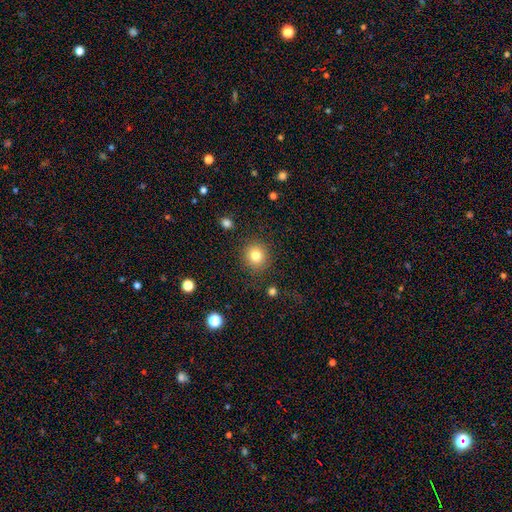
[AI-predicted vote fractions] smooth_or_featured: smooth (p=0.82) [alt: star or artifact p=0.11]
how_rounded: round (p=0.90) [alt: in between p=0.09]
merging: none (p=0.88) [alt: minor disturbance p=0.08]